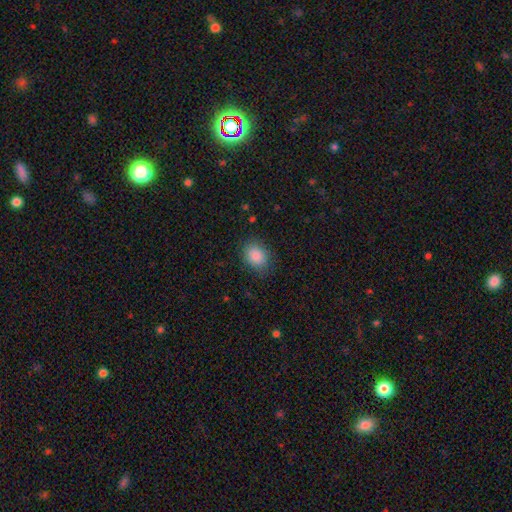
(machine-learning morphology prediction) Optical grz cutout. It shows a smooth galaxy with no disk features (87%) that is in between round and cigar-shaped (56%). Merging: none (83%).